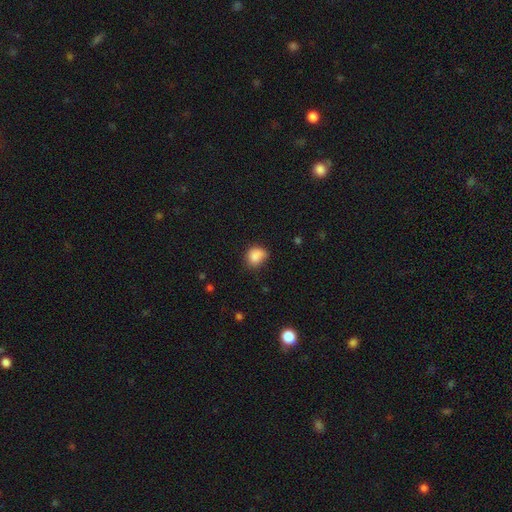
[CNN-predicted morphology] A smooth galaxy with no disk features (83%) that is round (59%). Merging: none (54%).